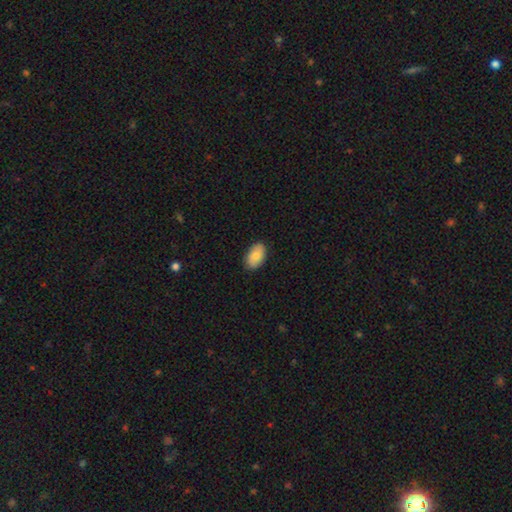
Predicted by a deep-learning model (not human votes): Morphology: type=smooth (83%); roundness=in between (93%); merging=none (88%).